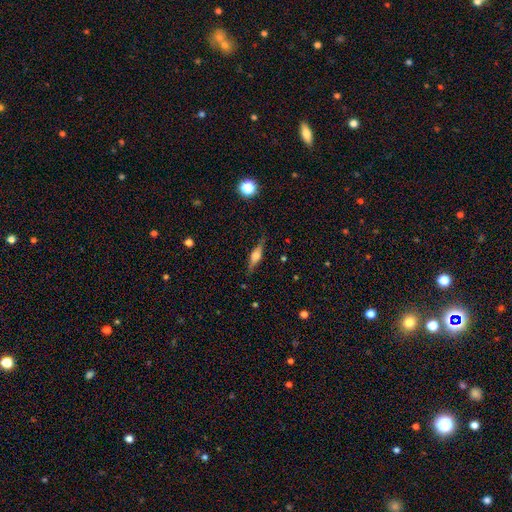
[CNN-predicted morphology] This appears to be a featured or disk galaxy (66%) viewed edge-on (96%) with a rounded central bulge (81%). Merging: none (84%).